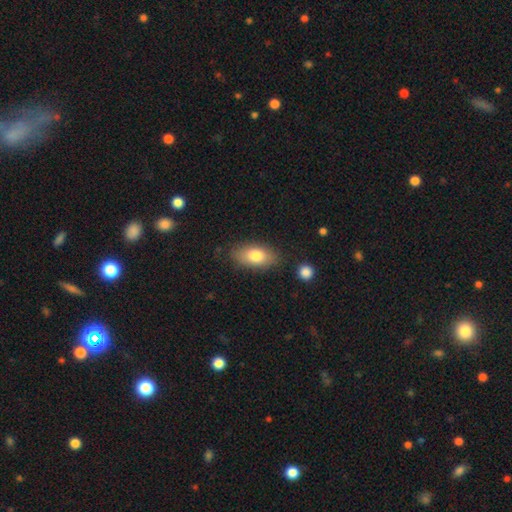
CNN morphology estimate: Smooth or featured: smooth — 78% (featured or disk — 15%)
How rounded: in between — 89% (cigar-shaped — 6%)
Merging: none — 80% (minor disturbance — 14%)